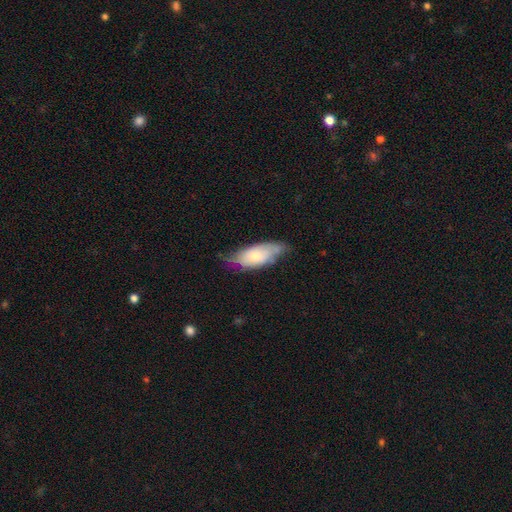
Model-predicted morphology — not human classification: Smooth or featured? smooth (59%)
How rounded? in between (82%)
Merging? none (52%)